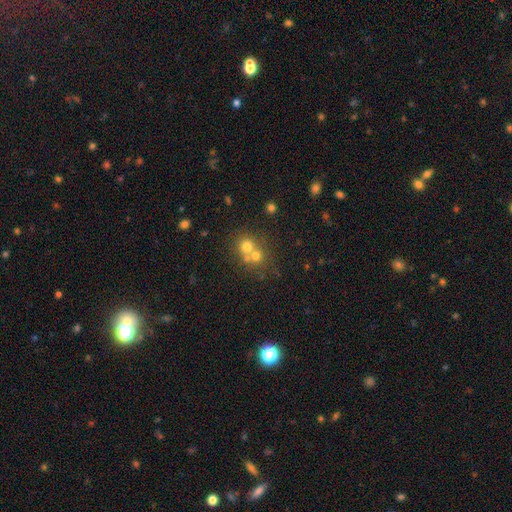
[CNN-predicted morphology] This is likely a smooth galaxy (66%). How rounded: clearly round (84%). Merging: possibly merger (52%).